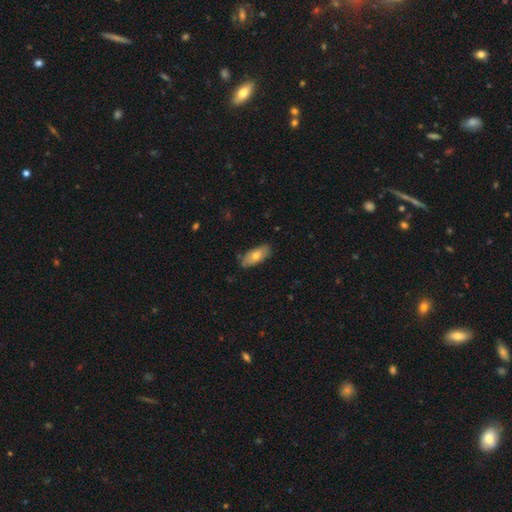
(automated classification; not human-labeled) The model was most divided on "smooth or featured": smooth: 71%, featured or disk: 23%, star or artifact: 7%. More confident: how rounded — in between (82%); merging — none (81%).